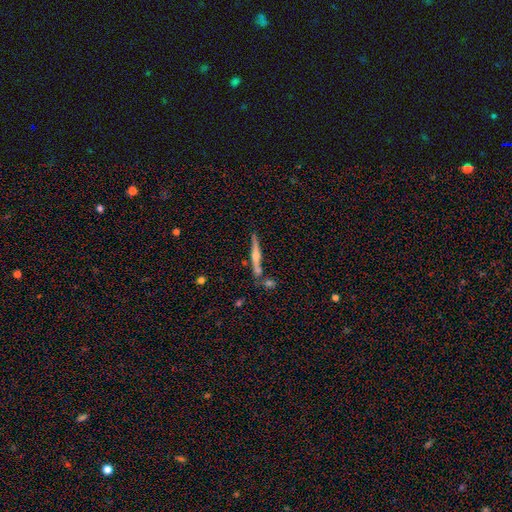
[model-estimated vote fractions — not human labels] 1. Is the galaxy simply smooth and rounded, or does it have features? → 66% featured or disk, 27% smooth, 7% star or artifact.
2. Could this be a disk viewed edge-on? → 97% yes, 3% no.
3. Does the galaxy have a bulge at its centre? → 80% rounded, 10% none, 9% boxy.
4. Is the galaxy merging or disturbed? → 75% none, 12% minor disturbance, 11% merger, 3% major disturbance.